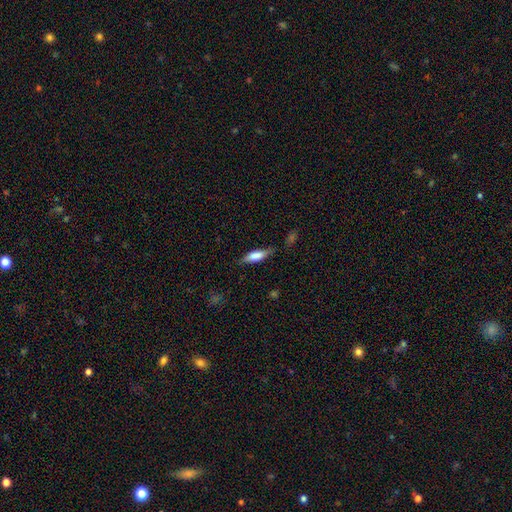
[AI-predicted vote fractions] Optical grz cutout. It shows a smooth galaxy with no disk features (73%) that is in between round and cigar-shaped (51%). Merging: none (72%).